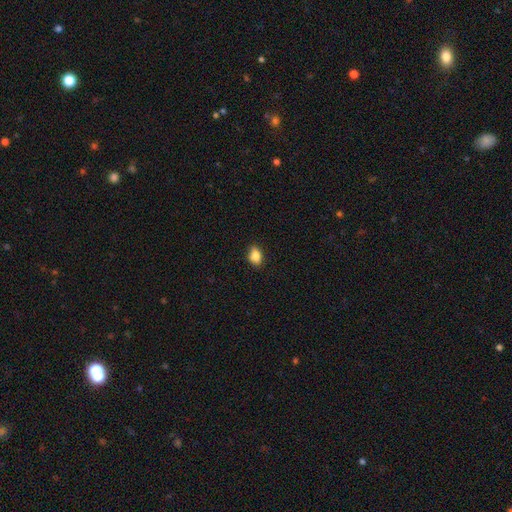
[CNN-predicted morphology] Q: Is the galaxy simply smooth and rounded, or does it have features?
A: smooth — 85%.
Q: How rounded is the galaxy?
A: in between — 80%.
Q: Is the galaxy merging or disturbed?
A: none — 83%.